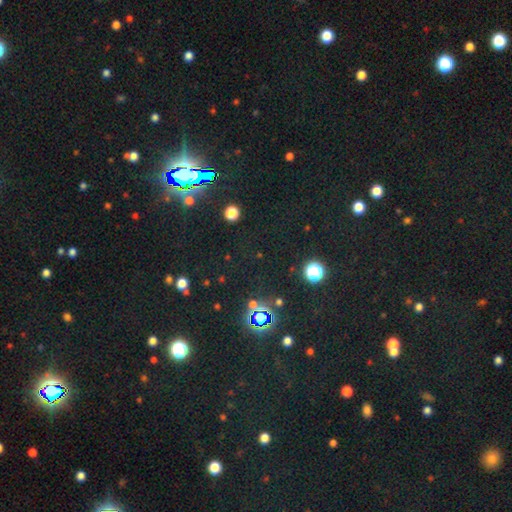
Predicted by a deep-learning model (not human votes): Morphology: type=star or artifact (76%).